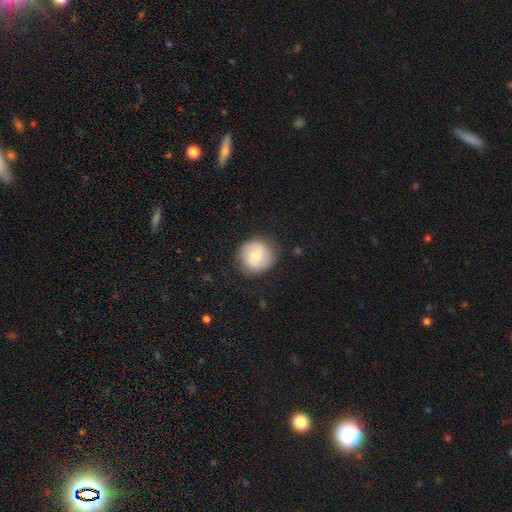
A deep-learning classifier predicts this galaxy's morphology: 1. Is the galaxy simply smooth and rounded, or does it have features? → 64% smooth, 30% featured or disk, 7% star or artifact.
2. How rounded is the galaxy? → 91% round, 8% in between, 1% cigar-shaped.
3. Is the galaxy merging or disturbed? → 84% none, 12% minor disturbance, 4% major disturbance, 1% merger.